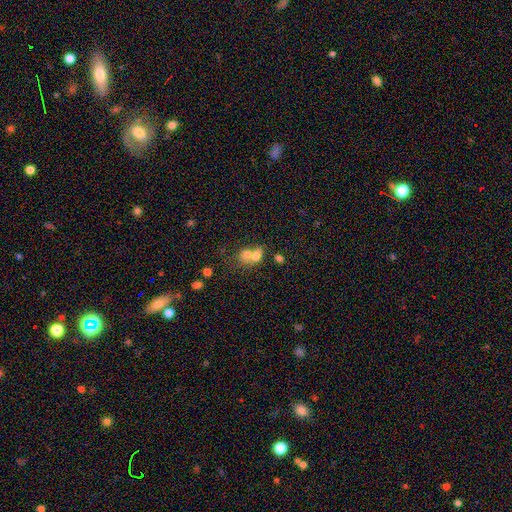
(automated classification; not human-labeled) A smooth galaxy with no disk features (69%) that is in between round and cigar-shaped (51%).

Vote fractions:
- Smooth or featured? smooth: 69% / featured or disk: 20% / star or artifact: 11%
- How rounded? in between: 51% / round: 47% / cigar-shaped: 2%
- Merging? merger: 71% / none: 19% / minor disturbance: 6% / major disturbance: 4%